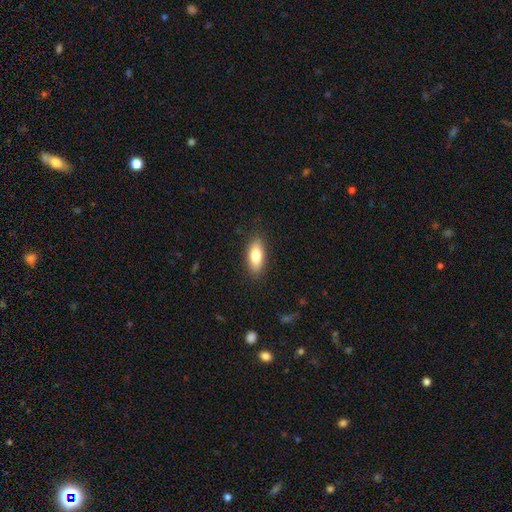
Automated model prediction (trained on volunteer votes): smooth_or_featured: smooth (p=0.81) [alt: featured or disk p=0.13]
how_rounded: in between (p=0.81) [alt: cigar-shaped p=0.16]
merging: none (p=0.87) [alt: minor disturbance p=0.10]